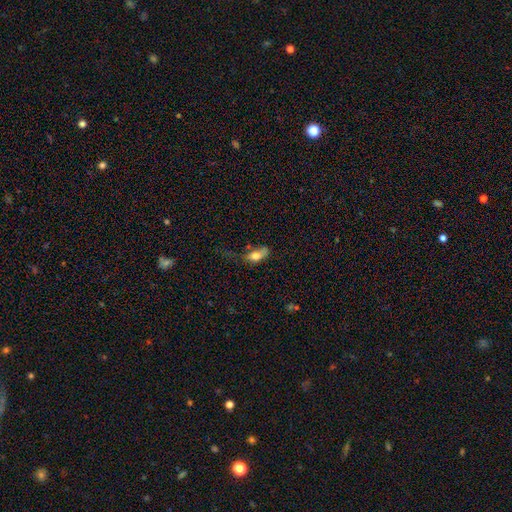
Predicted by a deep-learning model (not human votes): A smooth galaxy with no disk features (73%) that is in between round and cigar-shaped (83%). Merging: major disturbance (34%).